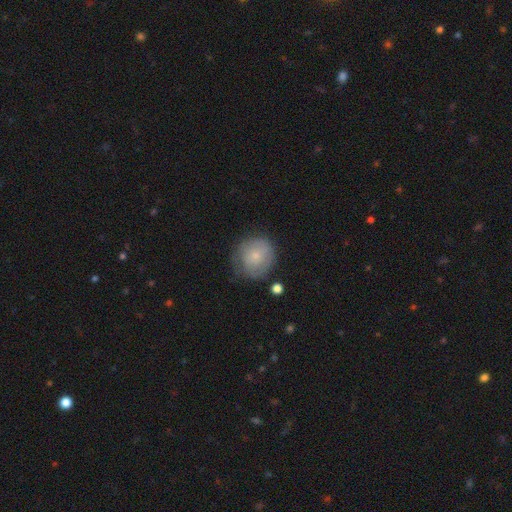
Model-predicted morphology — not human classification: Smooth or featured: smooth — 67% (featured or disk — 25%)
How rounded: round — 86% (in between — 13%)
Merging: none — 65% (minor disturbance — 24%)